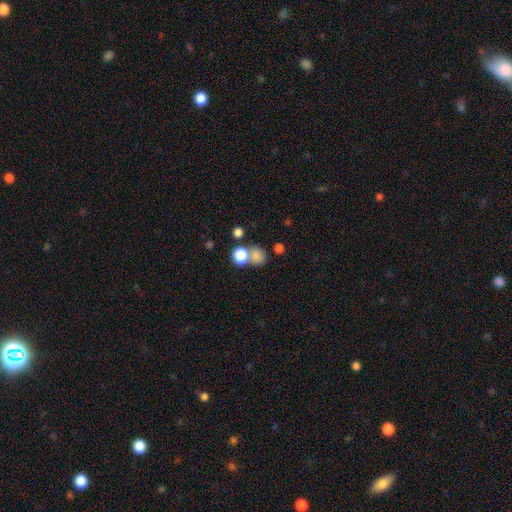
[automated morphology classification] Smooth or featured: smooth — 79% (star or artifact — 13%)
How rounded: round — 70% (in between — 29%)
Merging: none — 47% (merger — 38%)